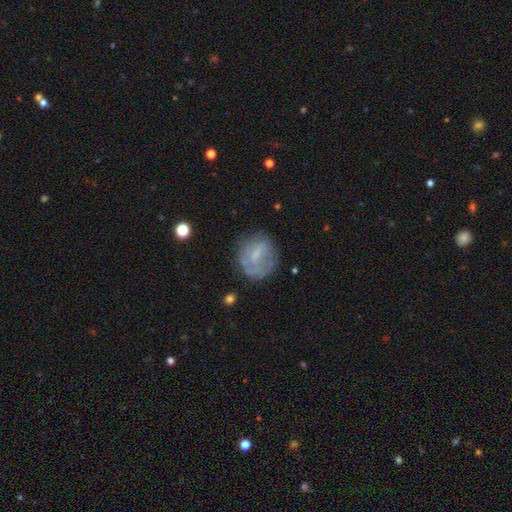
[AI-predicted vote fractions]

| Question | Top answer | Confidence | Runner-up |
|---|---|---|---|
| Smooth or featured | smooth | 47% | featured or disk (44%) |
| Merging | none | 63% | minor disturbance (23%) |